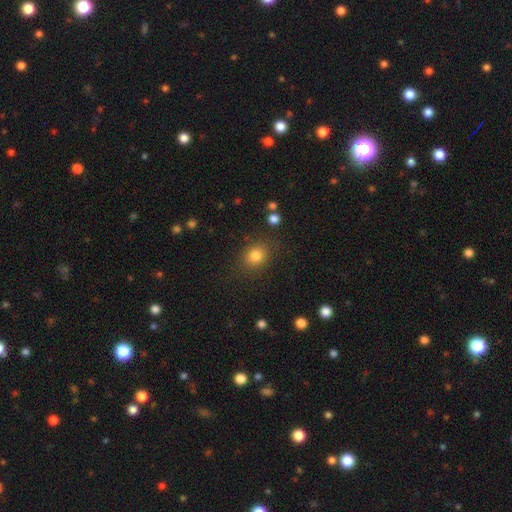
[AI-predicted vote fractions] Morphology: type=smooth (82%); roundness=round (64%); merging=none (82%).